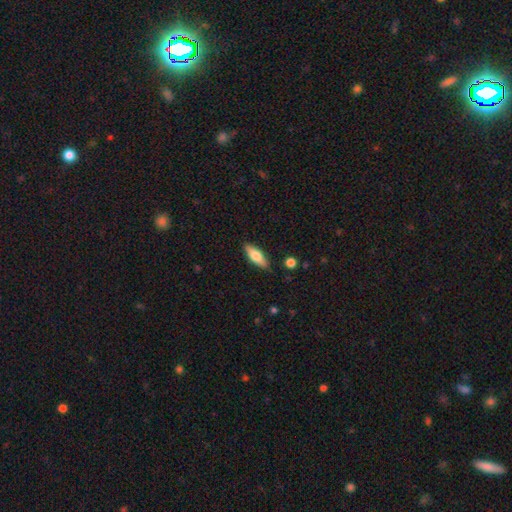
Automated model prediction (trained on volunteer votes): A smooth galaxy with no disk features (66%) that is in between round and cigar-shaped (59%). Merging: none (85%).